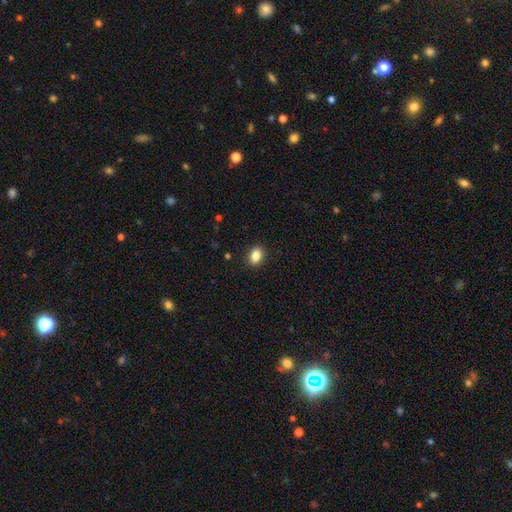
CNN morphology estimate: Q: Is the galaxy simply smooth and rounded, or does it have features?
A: smooth — 86%.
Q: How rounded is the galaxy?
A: in between — 76%.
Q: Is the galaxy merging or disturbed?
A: none — 90%.